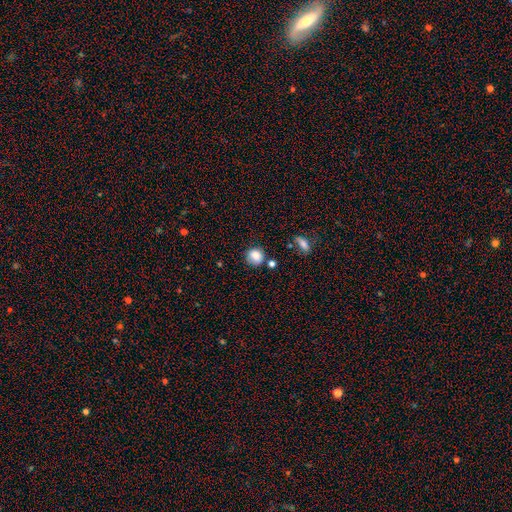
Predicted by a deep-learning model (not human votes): Smooth or featured? Predicted: smooth (p=0.83). How rounded? Predicted: round (p=0.86). Merging? Predicted: none (p=0.71).